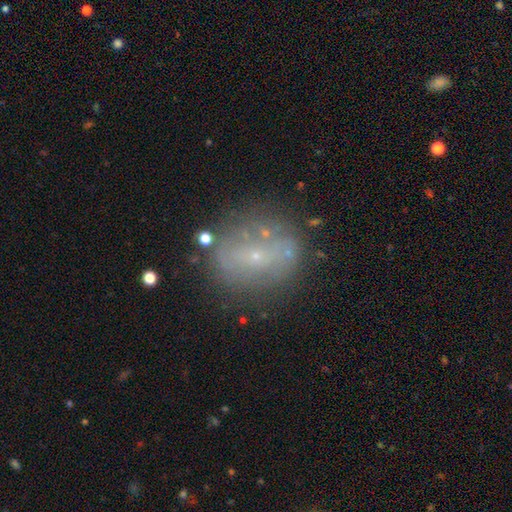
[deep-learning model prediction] Smooth or featured: featured or disk — 48% (smooth — 36%)
Merging: none — 70% (minor disturbance — 17%)